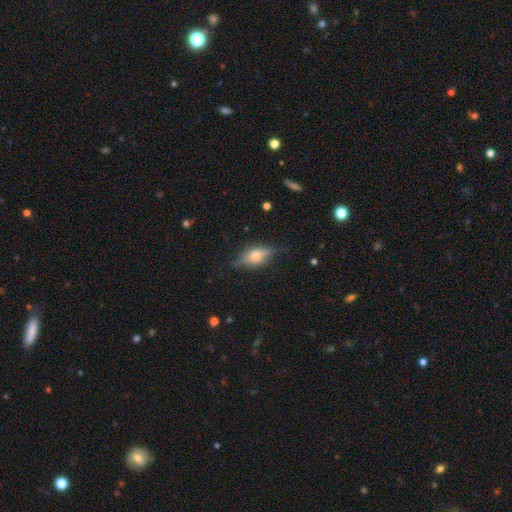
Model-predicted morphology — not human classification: A featured or disk galaxy (60%) viewed edge-on (92%) with a rounded central bulge (90%). Merging: none (77%).